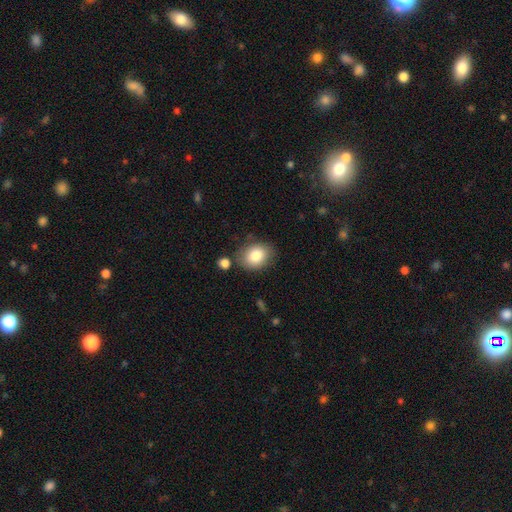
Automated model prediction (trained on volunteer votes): Smooth or featured: smooth — 82% (featured or disk — 10%)
How rounded: in between — 63% (round — 37%)
Merging: none — 78% (minor disturbance — 13%)